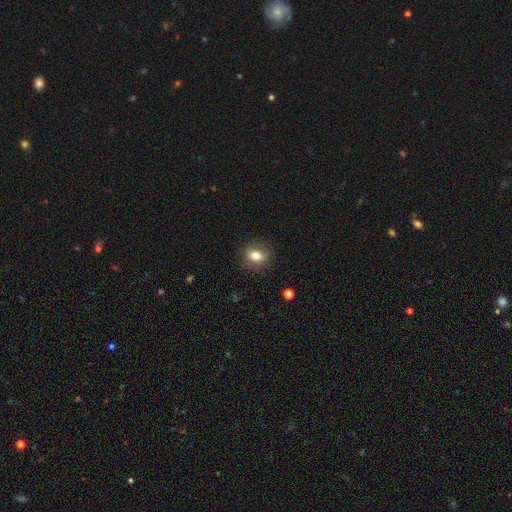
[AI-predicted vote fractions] Overall: smooth (78%). How rounded: round (67%; in between 32%). Merging: none (87%).